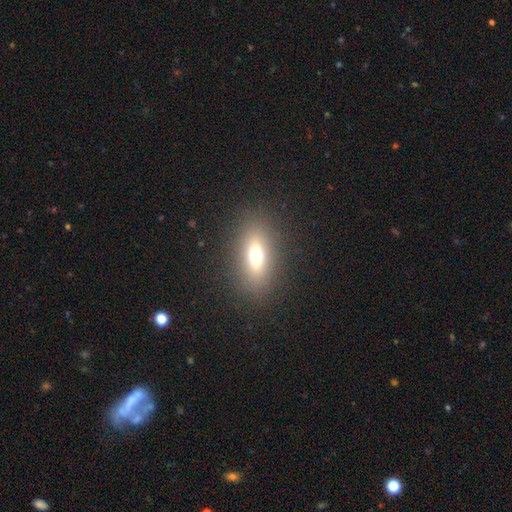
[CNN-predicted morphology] Smooth or featured?
  - smooth: 66% *
  - featured or disk: 19%
  - star or artifact: 15%
How rounded?
  - in between: 74% *
  - round: 13%
  - cigar-shaped: 13%
Merging?
  - none: 86% *
  - minor disturbance: 8%
  - major disturbance: 5%
  - merger: 1%